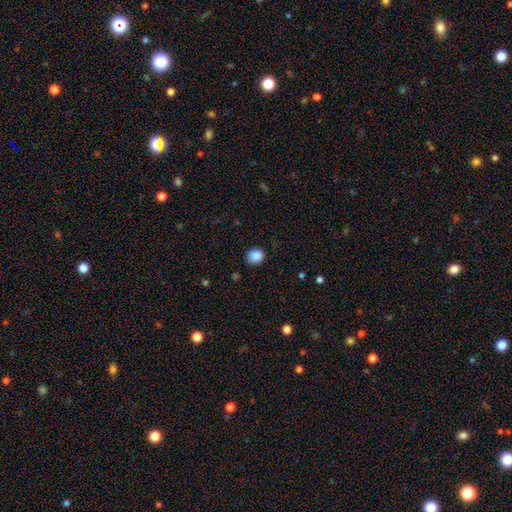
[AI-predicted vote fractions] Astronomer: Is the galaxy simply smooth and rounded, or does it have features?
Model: smooth — 87%.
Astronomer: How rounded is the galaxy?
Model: round — 76%.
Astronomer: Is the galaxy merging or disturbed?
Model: none — 81%.